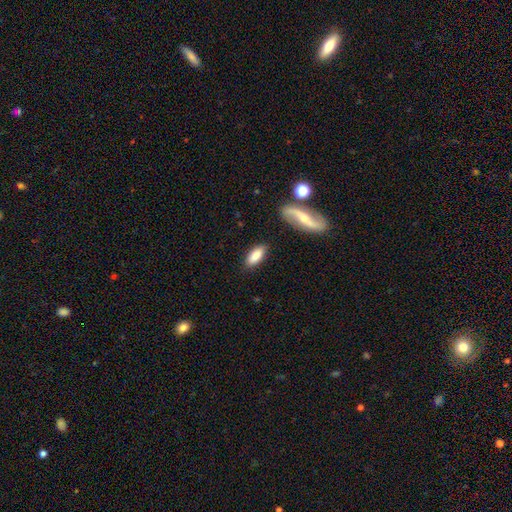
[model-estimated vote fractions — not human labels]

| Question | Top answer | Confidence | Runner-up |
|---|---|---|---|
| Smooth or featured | smooth | 81% | featured or disk (13%) |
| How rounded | in between | 76% | cigar-shaped (21%) |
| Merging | none | 83% | minor disturbance (12%) |